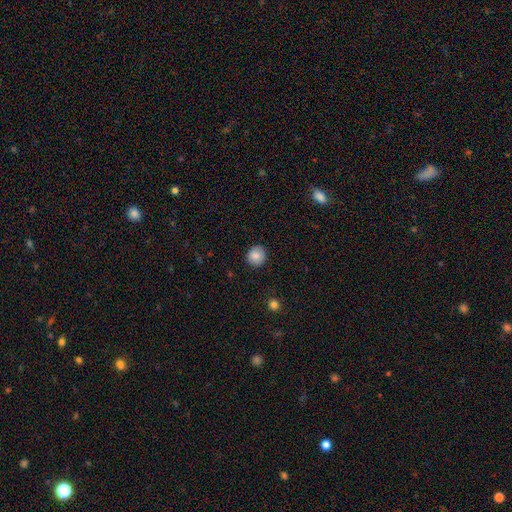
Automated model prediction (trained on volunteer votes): Smooth or featured: smooth — 86% (star or artifact — 8%)
How rounded: round — 89% (in between — 10%)
Merging: none — 90% (minor disturbance — 7%)